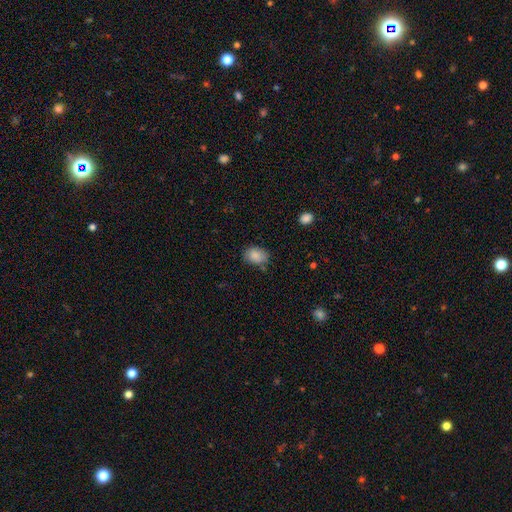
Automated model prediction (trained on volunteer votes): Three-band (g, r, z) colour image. It shows a smooth galaxy with no disk features (87%) that is in between round and cigar-shaped (72%). Merging: none (73%).